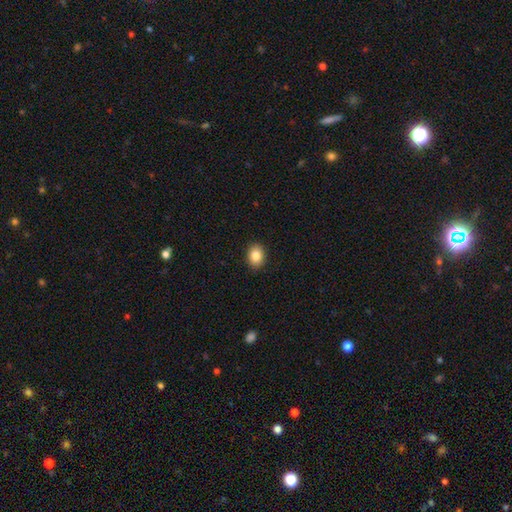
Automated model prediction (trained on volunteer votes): Morphology: type=smooth (85%); roundness=in between (64%); merging=none (91%).